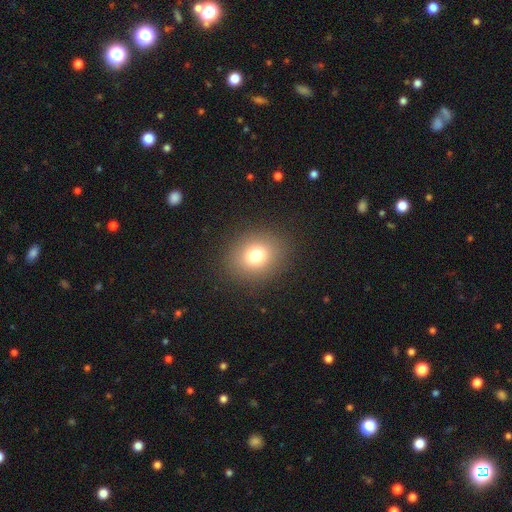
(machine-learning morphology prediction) smooth-or-featured: smooth: 76% | star or artifact: 14% | featured or disk: 10%
  how-rounded: round: 68% | in between: 31% | cigar-shaped: 1%
  merging: none: 89% | minor disturbance: 7% | major disturbance: 3% | merger: 1%